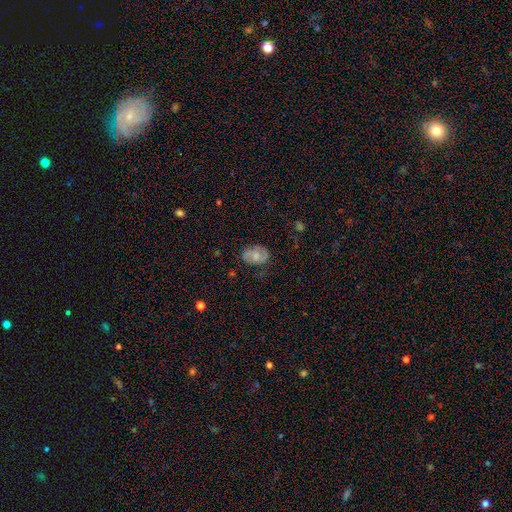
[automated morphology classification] The model was most divided on "smooth or featured": smooth: 48%, featured or disk: 44%, star or artifact: 8%. More confident: merging — none (71%).